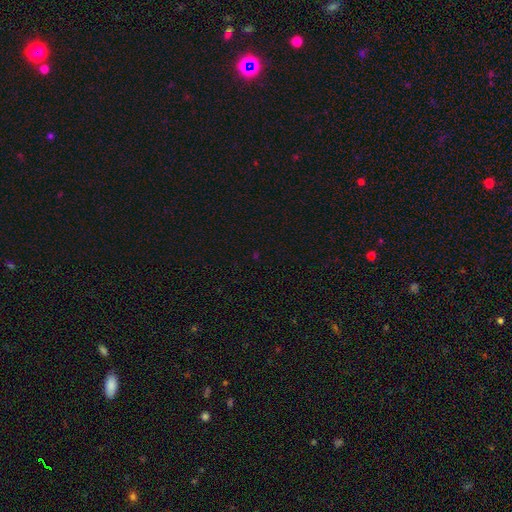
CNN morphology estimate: smooth-or-featured: star or artifact: 66% | smooth: 27% | featured or disk: 7%